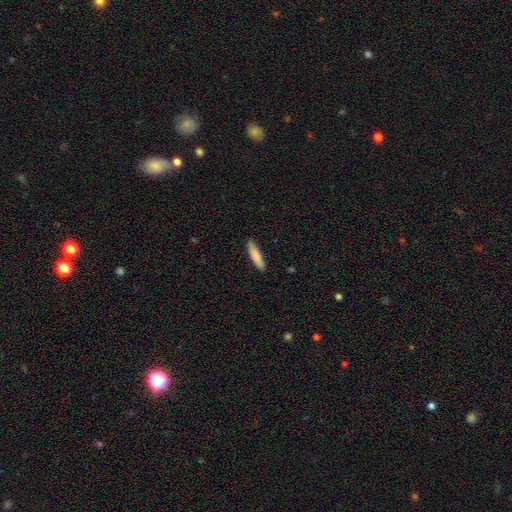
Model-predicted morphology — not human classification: This is clearly a smooth galaxy (83%). How rounded: likely cigar-shaped (79%). Merging: clearly none (87%).